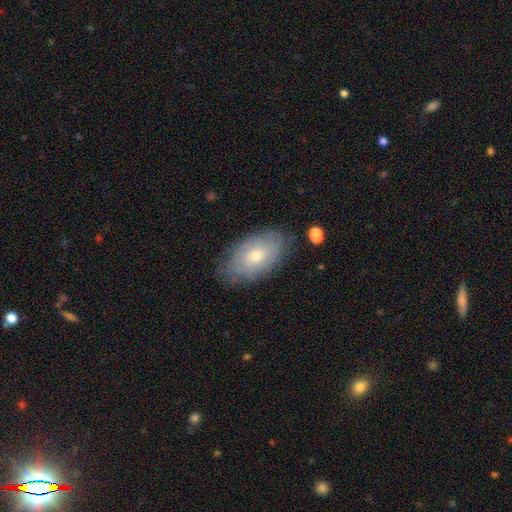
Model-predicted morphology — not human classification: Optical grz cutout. It shows a smooth galaxy with no disk features (60%) that is in between round and cigar-shaped (93%). Merging: none (78%).